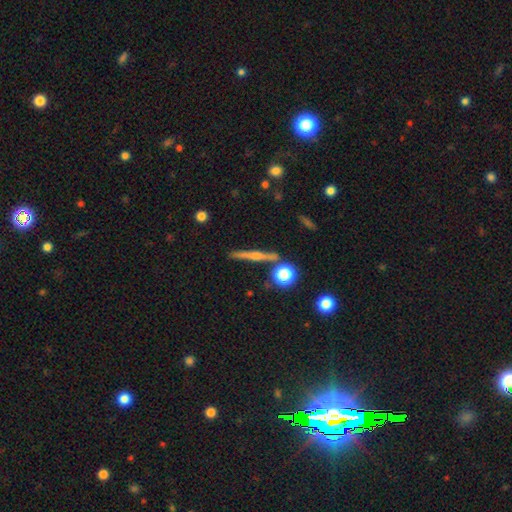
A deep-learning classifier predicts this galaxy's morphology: smooth_or_featured: featured or disk (p=0.70) [alt: smooth p=0.22]
disk_edge_on: yes (p=0.97) [alt: no p=0.03]
edge_on_bulge: rounded (p=0.86) [alt: none p=0.08]
merging: none (p=0.87) [alt: minor disturbance p=0.07]